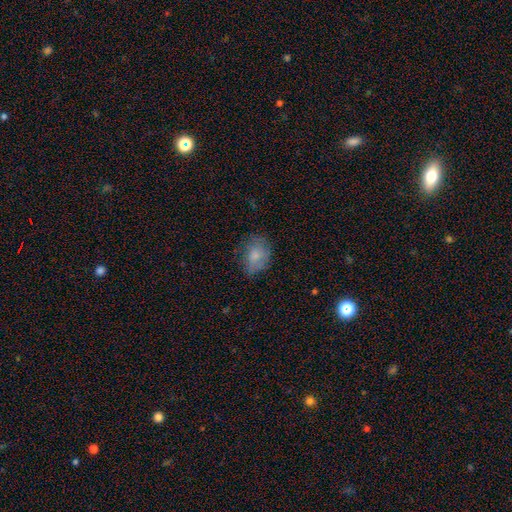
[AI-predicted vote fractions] A smooth galaxy with no disk features (75%) that is in between round and cigar-shaped (58%).

Vote fractions:
- Smooth or featured? smooth: 75% / featured or disk: 17% / star or artifact: 9%
- How rounded? in between: 58% / round: 41% / cigar-shaped: 1%
- Merging? none: 62% / minor disturbance: 26% / major disturbance: 10% / merger: 1%